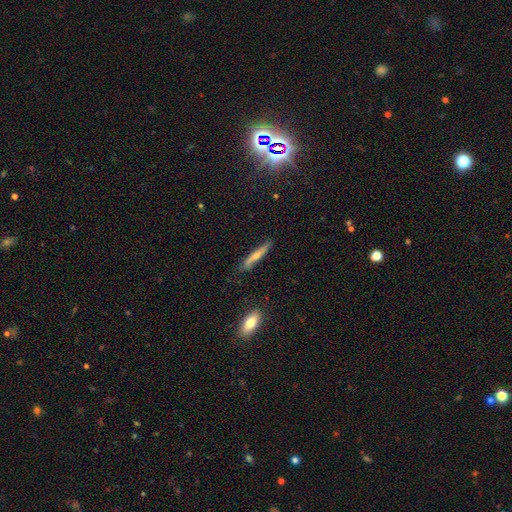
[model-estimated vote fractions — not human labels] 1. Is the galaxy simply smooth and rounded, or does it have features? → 49% featured or disk, 44% smooth, 7% star or artifact.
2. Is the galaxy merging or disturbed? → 78% none, 17% minor disturbance, 3% major disturbance, 2% merger.